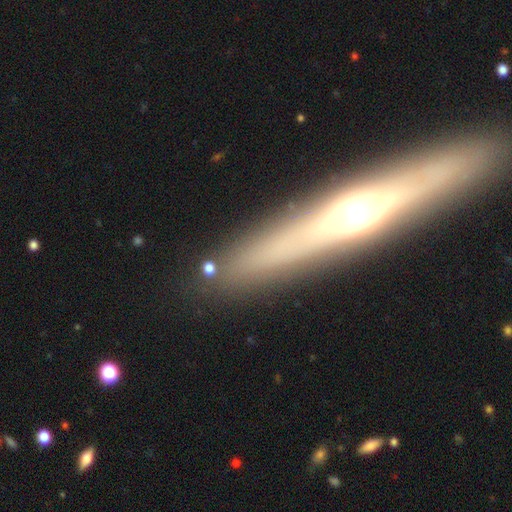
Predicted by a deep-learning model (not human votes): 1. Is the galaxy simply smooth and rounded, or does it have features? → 70% featured or disk, 22% smooth, 8% star or artifact.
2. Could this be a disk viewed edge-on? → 91% yes, 9% no.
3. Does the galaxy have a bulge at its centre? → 83% rounded, 11% none, 6% boxy.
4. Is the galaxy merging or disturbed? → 90% none, 7% minor disturbance, 2% major disturbance, 1% merger.